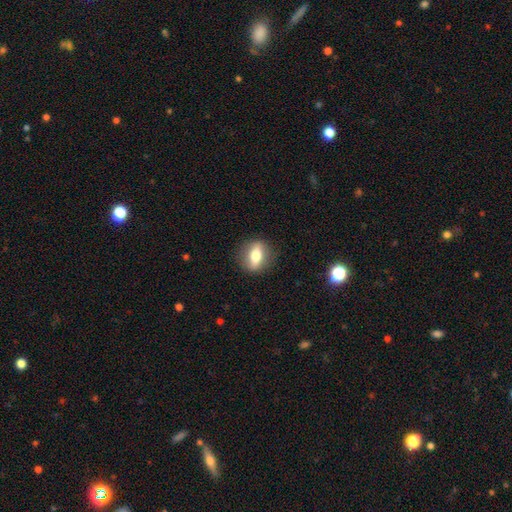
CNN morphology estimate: Smooth or featured? smooth (59%)
How rounded? in between (58%)
Merging? none (86%)